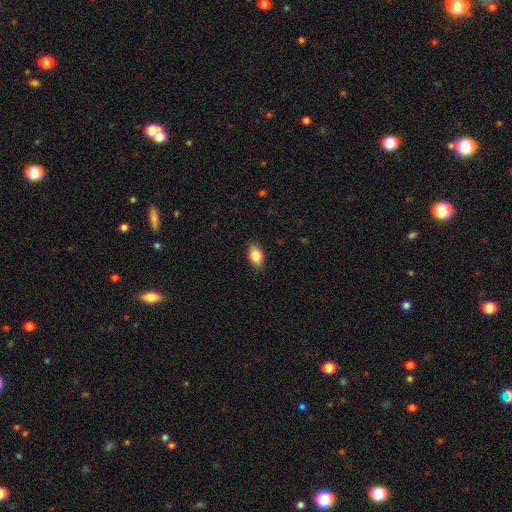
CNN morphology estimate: A smooth galaxy with no disk features (84%) that is in between round and cigar-shaped (90%).

Vote fractions:
- Smooth or featured? smooth: 84% / featured or disk: 9% / star or artifact: 7%
- How rounded? in between: 90% / round: 8% / cigar-shaped: 3%
- Merging? none: 87% / minor disturbance: 10% / major disturbance: 2% / merger: 1%